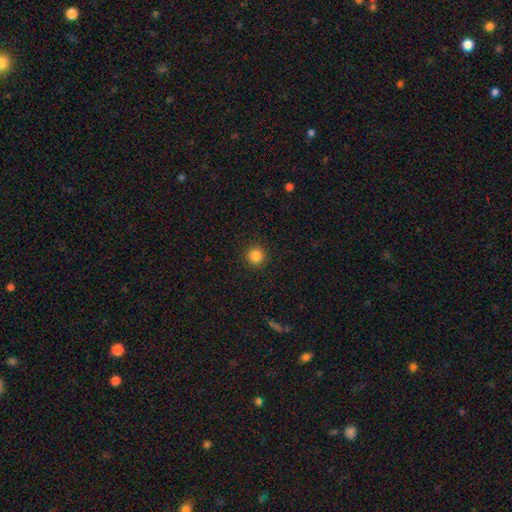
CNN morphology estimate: This appears to be a smooth galaxy with no disk features (85%) that is round (95%). Merging: none (92%).